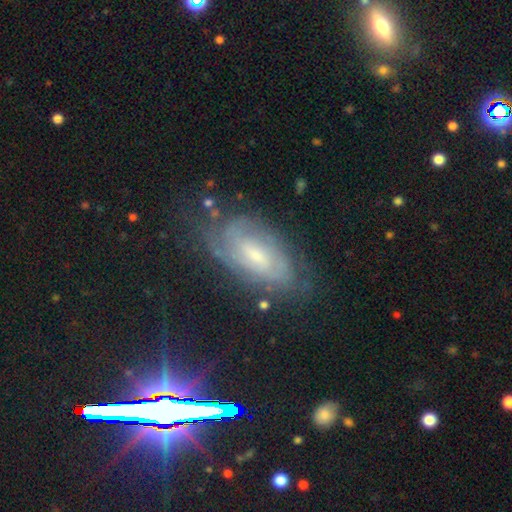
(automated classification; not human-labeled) Smooth or featured: featured or disk — 69% (smooth — 19%)
Edge-on disk: no — 91% (yes — 9%)
Bar: weak — 46% (no — 43%)
Spiral arms: yes — 87% (no — 13%)
Spiral winding: tight — 63% (medium — 29%)
Spiral arm count: can't tell — 56% (2 — 23%)
Bulge size: moderate — 45% (small — 43%)
Merging: none — 67% (minor disturbance — 22%)